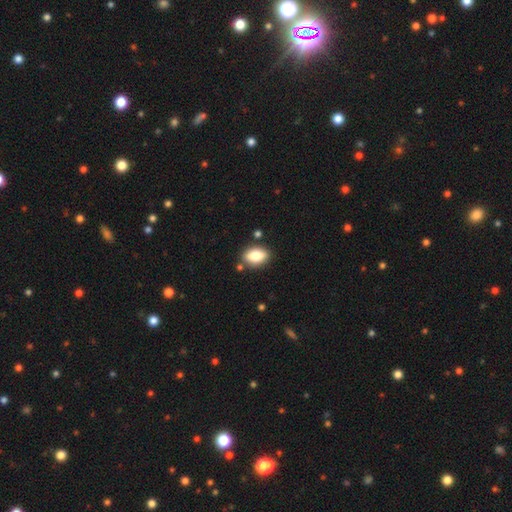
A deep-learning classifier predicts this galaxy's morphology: smooth-or-featured: smooth: 79% | featured or disk: 13% | star or artifact: 8%
  how-rounded: in between: 86% | round: 11% | cigar-shaped: 3%
  merging: none: 81% | minor disturbance: 11% | merger: 6% | major disturbance: 3%